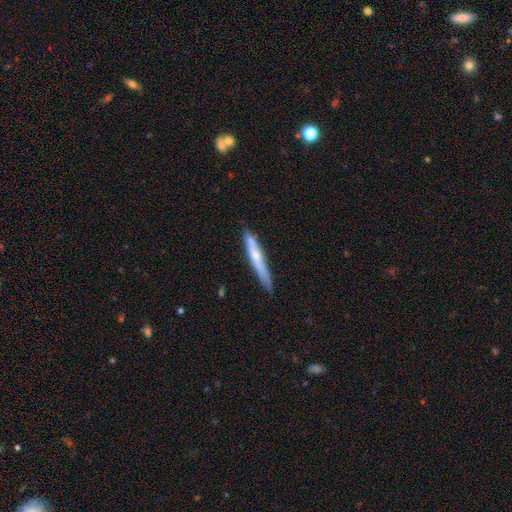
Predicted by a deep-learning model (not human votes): Smooth or featured: smooth — 52% (featured or disk — 42%)
How rounded: cigar-shaped — 95% (in between — 4%)
Merging: none — 79% (minor disturbance — 17%)